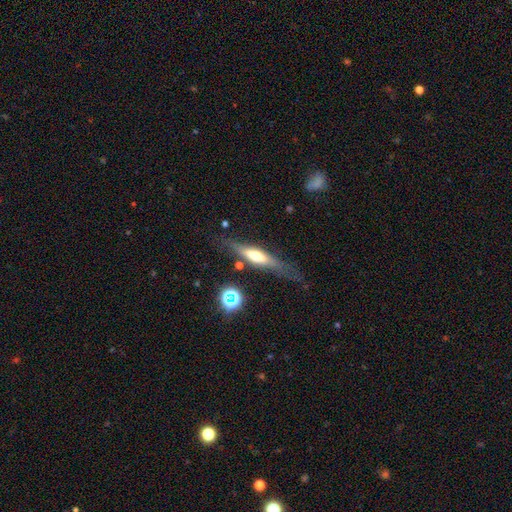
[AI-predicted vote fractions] This is possibly a featured or disk galaxy (57%). It is clearly viewed edge-on (88%). Edge-on bulge: likely rounded (71%). Merging: likely none (67%).